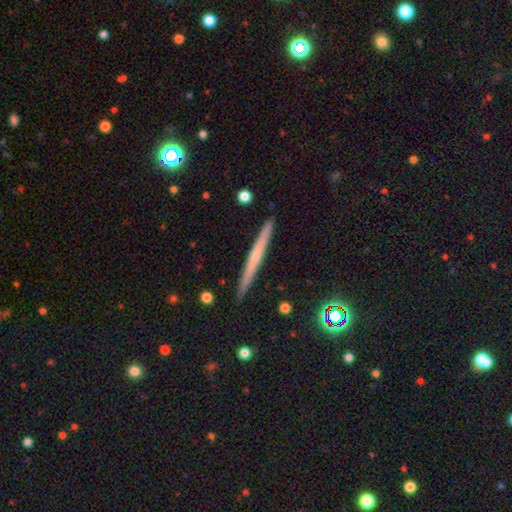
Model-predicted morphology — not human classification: A featured or disk galaxy (51%) viewed edge-on (97%) with no central bulge (72%).

Vote fractions:
- Smooth or featured? featured or disk: 51% / smooth: 41% / star or artifact: 8%
- Edge-on disk? yes: 97% / no: 3%
- Edge-on bulge? none: 72% / rounded: 23% / boxy: 5%
- Merging? none: 92% / minor disturbance: 6% / major disturbance: 1% / merger: 1%